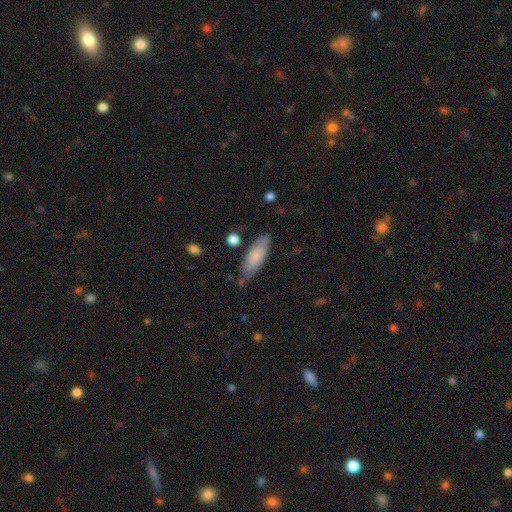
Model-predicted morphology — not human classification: smooth-or-featured: smooth: 79% | featured or disk: 15% | star or artifact: 6%
  how-rounded: in between: 63% | cigar-shaped: 36% | round: 2%
  merging: none: 71% | minor disturbance: 21% | major disturbance: 4% | merger: 4%